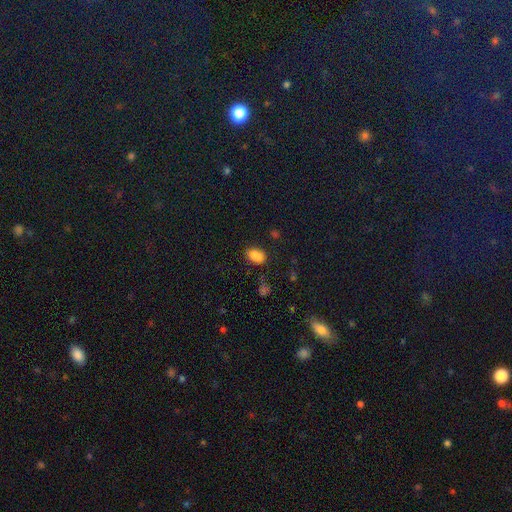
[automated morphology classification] A smooth galaxy with no disk features (74%) that is in between round and cigar-shaped (61%). Merging: none (41%).